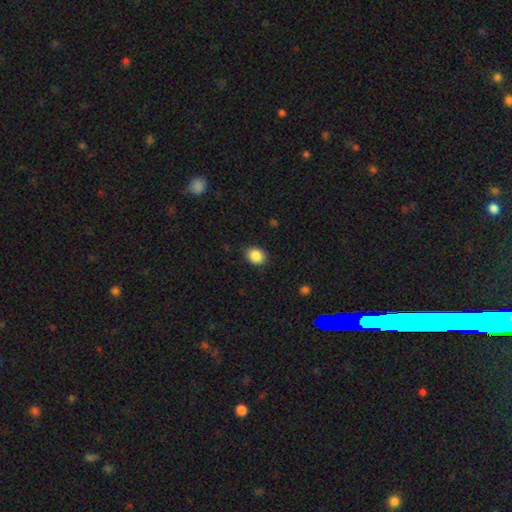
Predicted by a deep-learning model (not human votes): Smooth or featured? smooth (88%)
How rounded? round (51%)
Merging? none (87%)